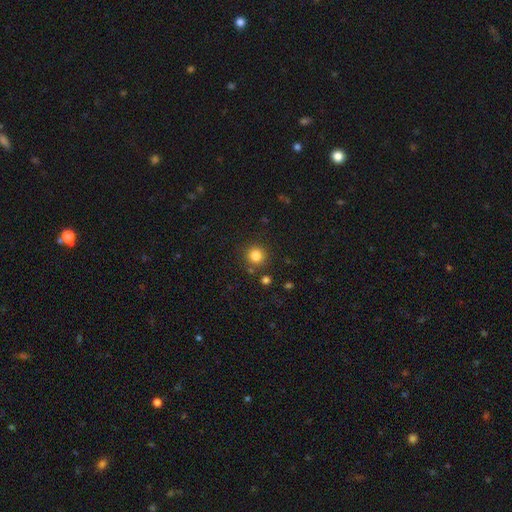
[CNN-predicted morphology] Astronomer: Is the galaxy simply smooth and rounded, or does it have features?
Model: smooth — 83%.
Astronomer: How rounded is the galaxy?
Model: round — 93%.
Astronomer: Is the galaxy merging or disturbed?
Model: none — 86%.